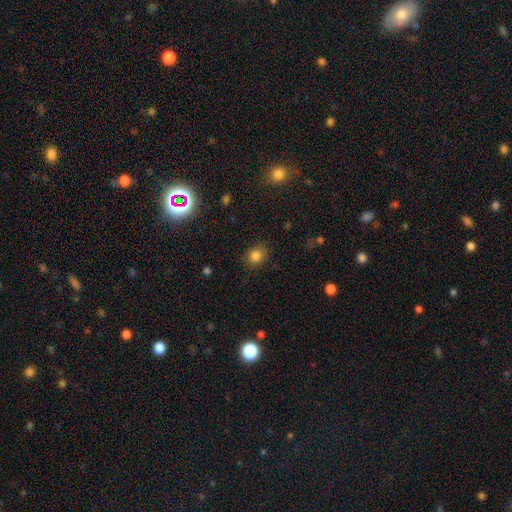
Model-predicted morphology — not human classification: smooth 82%, star or artifact 13%, featured or disk 5%. Down the decision tree: how rounded — round (74%); merging — none (85%).